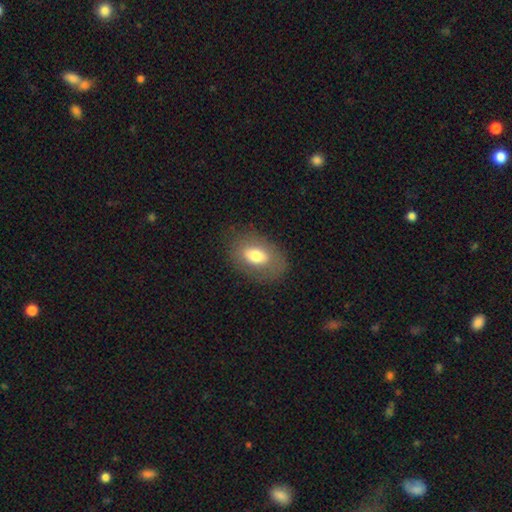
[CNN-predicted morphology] This appears to be a smooth galaxy with no disk features (66%) that is in between round and cigar-shaped (85%). Merging: none (78%).